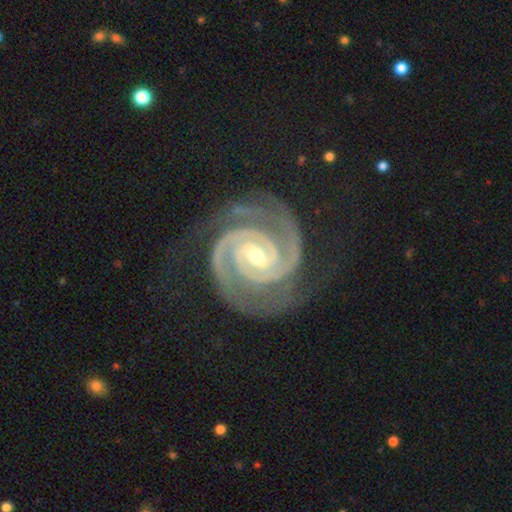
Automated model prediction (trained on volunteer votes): smooth_or_featured: featured or disk (p=0.94) [alt: star or artifact p=0.04]
disk_edge_on: no (p=0.98) [alt: yes p=0.02]
bar: weak (p=0.45) [alt: strong p=0.36]
has_spiral_arms: yes (p=0.99) [alt: no p=0.01]
spiral_winding: tight (p=0.79) [alt: medium p=0.19]
spiral_arm_count: 2 (p=0.87) [alt: 3 p=0.07]
bulge_size: moderate (p=0.58) [alt: small p=0.37]
merging: none (p=0.78) [alt: minor disturbance p=0.15]